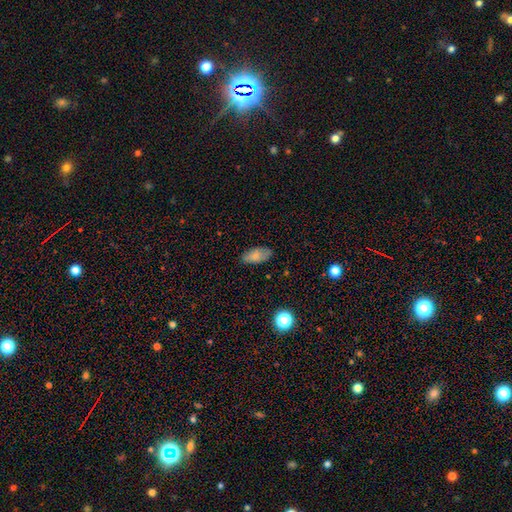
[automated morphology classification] Smooth or featured?
  - smooth: 79% *
  - featured or disk: 12%
  - star or artifact: 9%
How rounded?
  - in between: 90% *
  - cigar-shaped: 7%
  - round: 3%
Merging?
  - none: 79% *
  - minor disturbance: 16%
  - major disturbance: 4%
  - merger: 1%